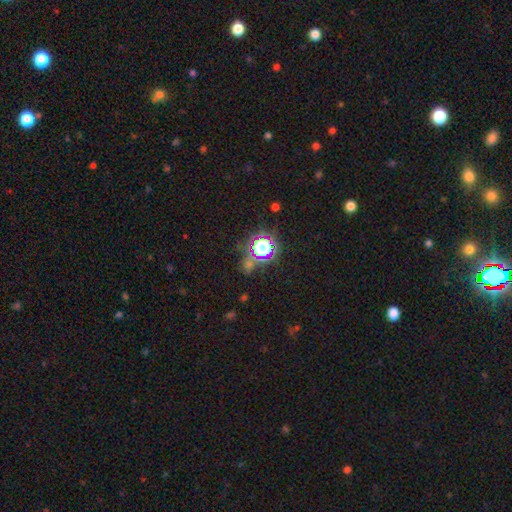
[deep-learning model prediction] star or artifact 77%, smooth 15%, featured or disk 8%.